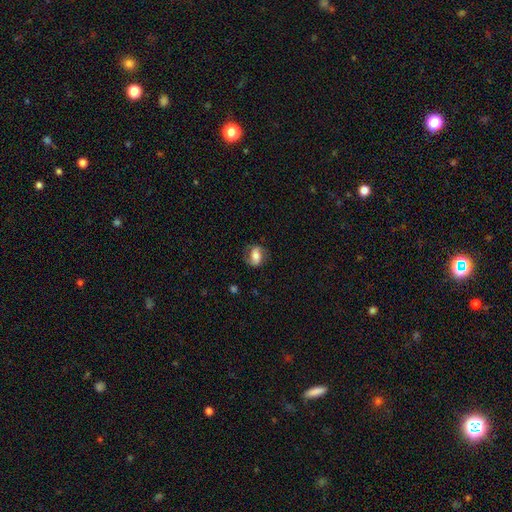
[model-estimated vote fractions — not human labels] This appears to be a featured or disk galaxy (50%). Merging: none (72%).